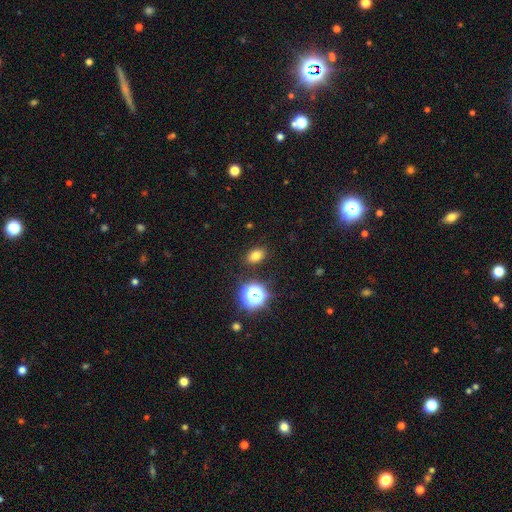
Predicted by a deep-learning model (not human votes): Morphology: type=smooth (75%); roundness=in between (76%); merging=none (86%).